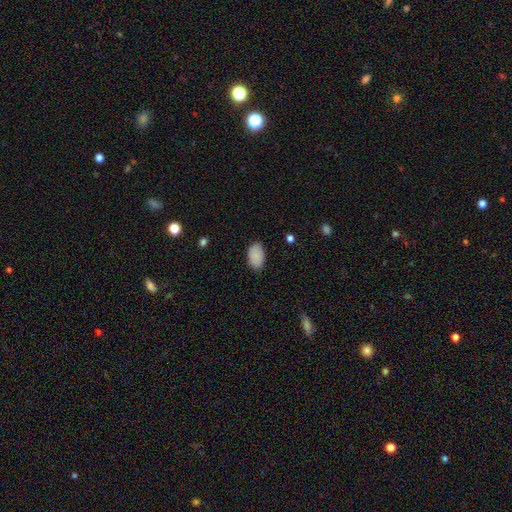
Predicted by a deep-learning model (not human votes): A smooth galaxy with no disk features (88%) that is in between round and cigar-shaped (93%).

Vote fractions:
- Smooth or featured? smooth: 88% / star or artifact: 7% / featured or disk: 5%
- How rounded? in between: 93% / round: 6% / cigar-shaped: 1%
- Merging? none: 85% / minor disturbance: 11% / major disturbance: 2% / merger: 1%